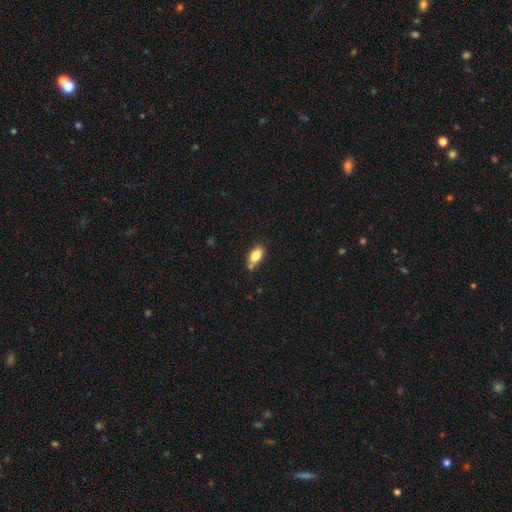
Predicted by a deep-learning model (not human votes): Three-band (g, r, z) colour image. It shows a smooth galaxy with no disk features (81%) that is in between round and cigar-shaped (88%). Merging: none (68%).